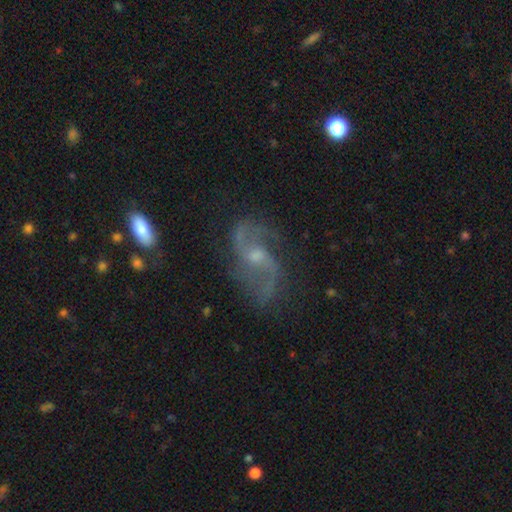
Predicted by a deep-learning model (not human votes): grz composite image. It shows a featured or disk galaxy (88%) with no bar (46%), 2 (87%) loose (54%) spiral arms (96%) and a small central bulge (55%). Merging: none (70%).